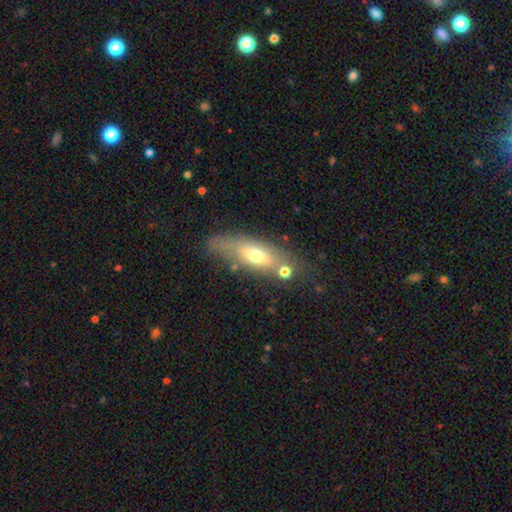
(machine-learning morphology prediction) A smooth galaxy with no disk features (50%). Merging: none (61%).